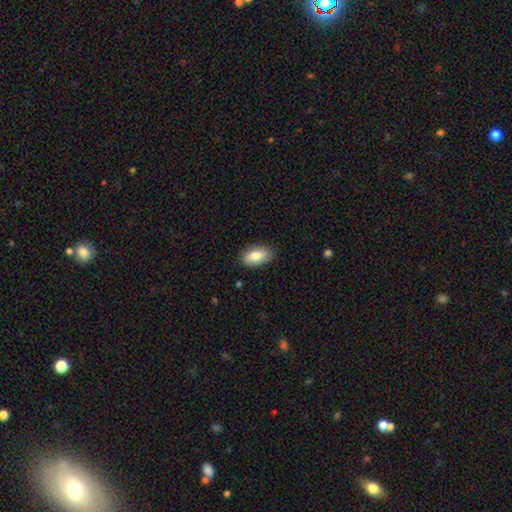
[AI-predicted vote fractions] A smooth galaxy with no disk features (81%) that is in between round and cigar-shaped (92%).

Vote fractions:
- Smooth or featured? smooth: 81% / featured or disk: 13% / star or artifact: 7%
- How rounded? in between: 92% / round: 5% / cigar-shaped: 3%
- Merging? none: 86% / minor disturbance: 11% / major disturbance: 2% / merger: 1%